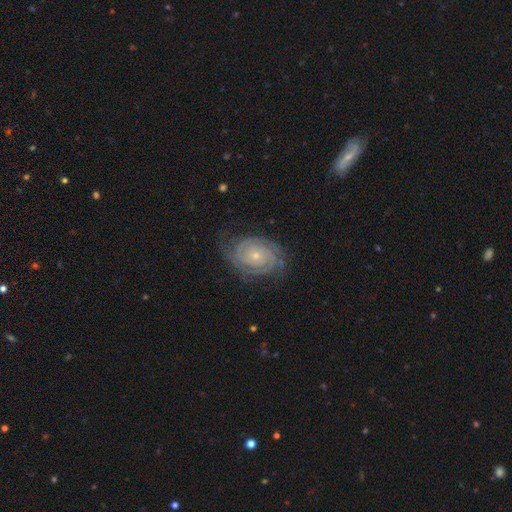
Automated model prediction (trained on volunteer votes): A featured or disk galaxy (87%) with no bar (77%), 2 (31%) tight (79%) spiral arms (97%) and a small central bulge (76%).

Vote fractions:
- Smooth or featured? featured or disk: 87% / smooth: 7% / star or artifact: 6%
- Edge-on disk? no: 97% / yes: 3%
- Bar? no: 77% / weak: 18% / strong: 5%
- Spiral arms? yes: 97% / no: 3%
- Spiral winding? tight: 79% / medium: 17% / loose: 3%
- Spiral arm count? 2: 31% / can't tell: 23% / 3: 20% / 4: 13% / more than 4: 7% / 1: 6%
- Bulge size? small: 76% / moderate: 20% / none: 2% / large: 1% / dominant: 1%
- Merging? none: 74% / minor disturbance: 17% / major disturbance: 7% / merger: 1%